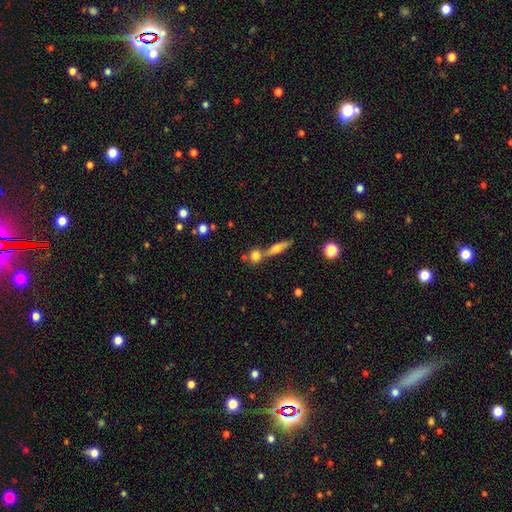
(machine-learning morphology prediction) Smooth or featured?
  - smooth: 73% *
  - featured or disk: 16%
  - star or artifact: 11%
How rounded?
  - round: 67% *
  - in between: 22%
  - cigar-shaped: 11%
Merging?
  - none: 51% *
  - merger: 38%
  - minor disturbance: 8%
  - major disturbance: 3%